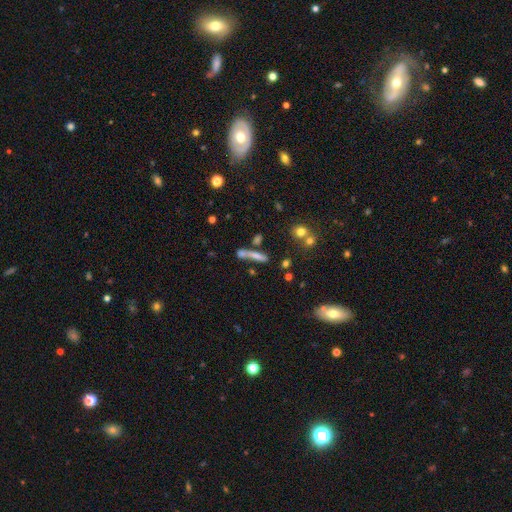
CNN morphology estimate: smooth_or_featured: smooth (p=0.60) [alt: featured or disk p=0.28]
how_rounded: cigar-shaped (p=0.83) [alt: in between p=0.13]
merging: none (p=0.46) [alt: merger p=0.30]